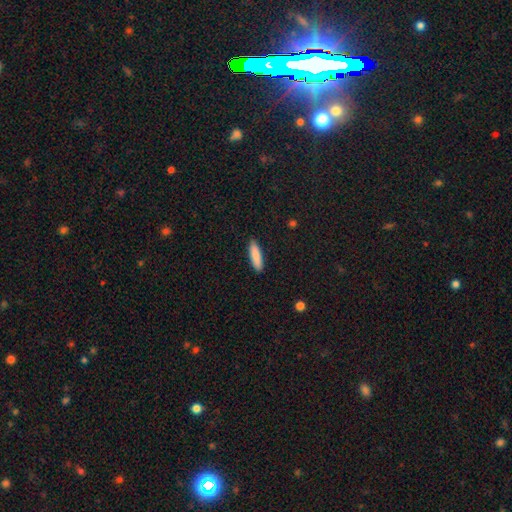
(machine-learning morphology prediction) A smooth galaxy with no disk features (86%) that is cigar-shaped (67%).

Vote fractions:
- Smooth or featured? smooth: 86% / featured or disk: 9% / star or artifact: 6%
- How rounded? cigar-shaped: 67% / in between: 32% / round: 2%
- Merging? none: 90% / minor disturbance: 7% / major disturbance: 2% / merger: 1%